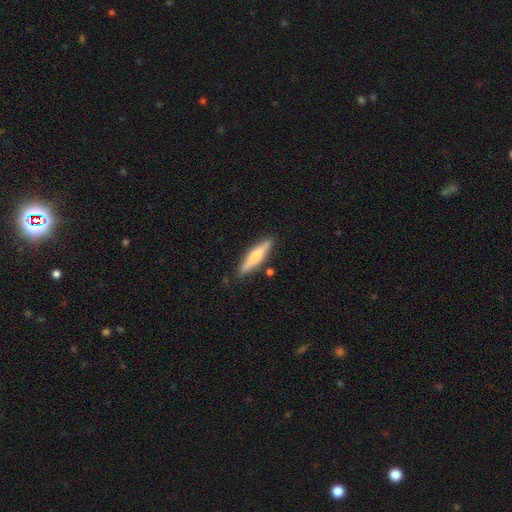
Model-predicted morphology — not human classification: type=featured or disk (50%); edge-on=yes (94%); merging=none (85%).